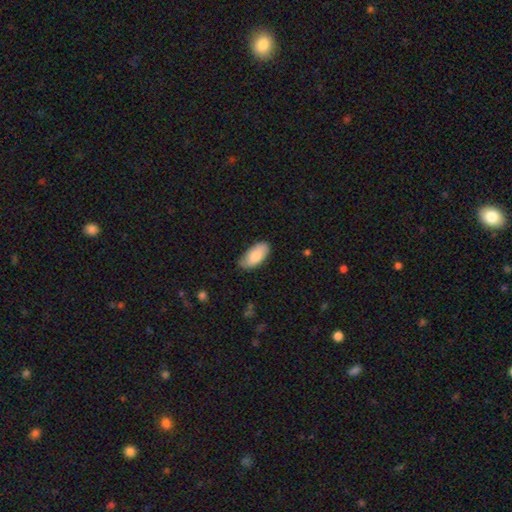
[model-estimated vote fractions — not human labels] A smooth galaxy with no disk features (83%) that is in between round and cigar-shaped (94%).

Vote fractions:
- Smooth or featured? smooth: 83% / featured or disk: 12% / star or artifact: 6%
- How rounded? in between: 94% / cigar-shaped: 4% / round: 2%
- Merging? none: 74% / minor disturbance: 21% / major disturbance: 3% / merger: 1%